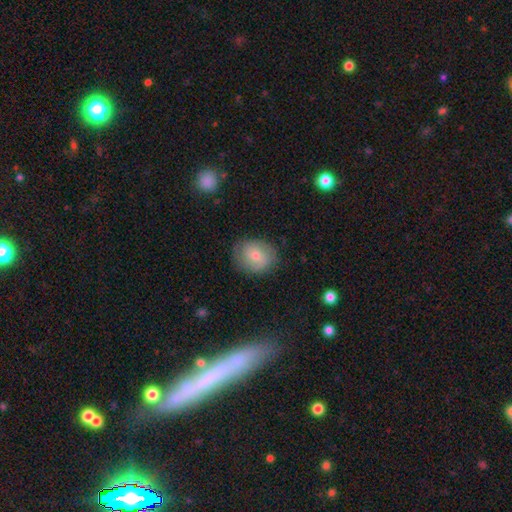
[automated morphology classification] smooth-or-featured: smooth: 53% | featured or disk: 37% | star or artifact: 9%
  how-rounded: round: 59% | in between: 39% | cigar-shaped: 1%
  merging: none: 78% | minor disturbance: 16% | major disturbance: 5% | merger: 1%